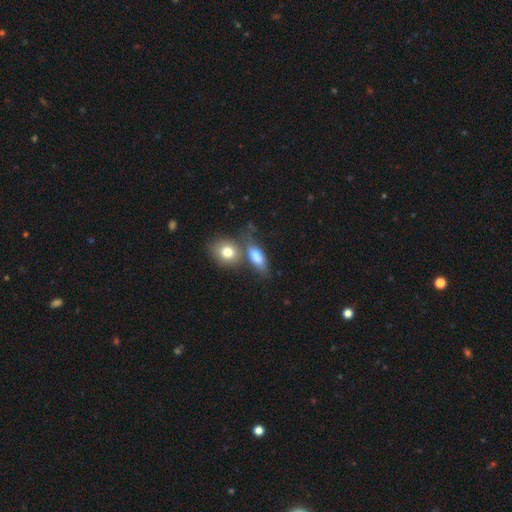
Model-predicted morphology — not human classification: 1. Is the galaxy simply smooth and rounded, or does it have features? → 78% smooth, 14% featured or disk, 8% star or artifact.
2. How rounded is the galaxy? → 77% in between, 12% round, 11% cigar-shaped.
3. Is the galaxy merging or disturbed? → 41% none, 39% merger, 13% minor disturbance, 6% major disturbance.